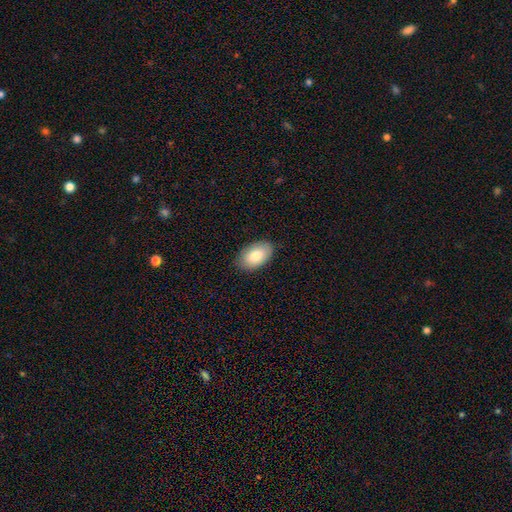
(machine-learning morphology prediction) Smooth or featured: smooth — 81% (featured or disk — 13%)
How rounded: in between — 94% (round — 5%)
Merging: none — 86% (minor disturbance — 11%)